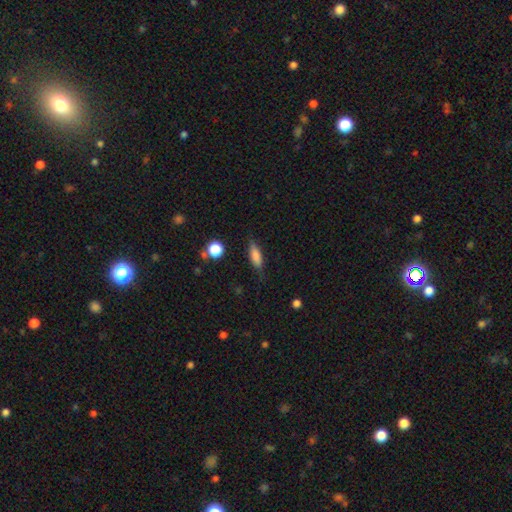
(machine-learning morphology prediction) A smooth galaxy with no disk features (73%) that is in between round and cigar-shaped (53%).

Vote fractions:
- Smooth or featured? smooth: 73% / featured or disk: 19% / star or artifact: 8%
- How rounded? in between: 53% / cigar-shaped: 43% / round: 4%
- Merging? none: 78% / minor disturbance: 16% / major disturbance: 4% / merger: 2%